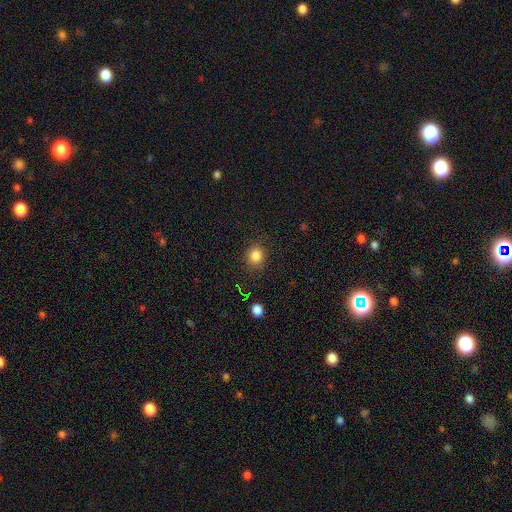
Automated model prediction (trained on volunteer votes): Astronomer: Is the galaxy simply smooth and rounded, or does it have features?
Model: smooth — 83%.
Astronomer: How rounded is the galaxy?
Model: round — 82%.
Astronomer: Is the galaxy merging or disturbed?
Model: none — 86%.